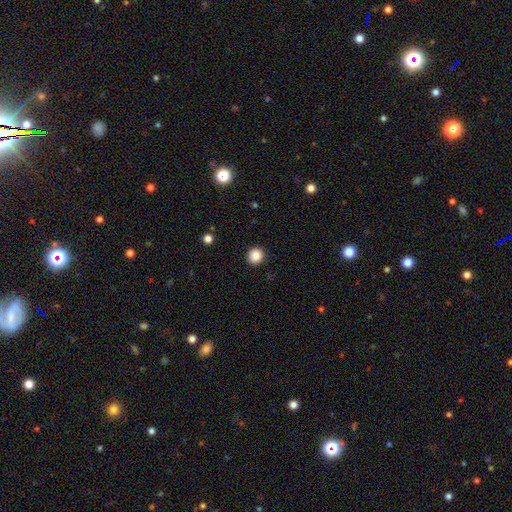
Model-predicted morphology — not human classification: A smooth galaxy with no disk features (87%) that is round (94%).

Vote fractions:
- Smooth or featured? smooth: 87% / star or artifact: 10% / featured or disk: 3%
- How rounded? round: 94% / in between: 5% / cigar-shaped: 1%
- Merging? none: 93% / minor disturbance: 5% / major disturbance: 2% / merger: 1%